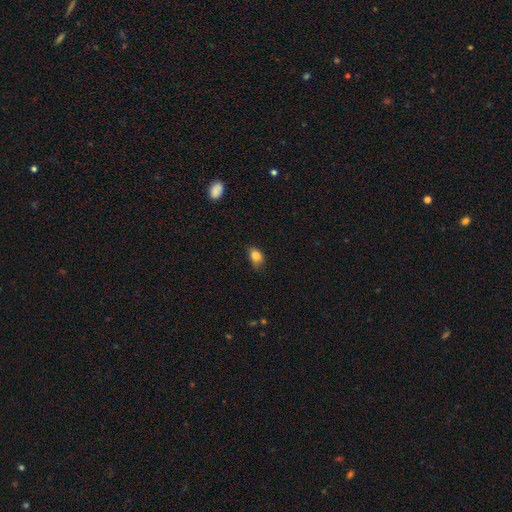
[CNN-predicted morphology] Q: Smooth or featured?
A: smooth (85%); runner-up: star or artifact (9%)
Q: How rounded?
A: in between (78%); runner-up: round (20%)
Q: Merging?
A: none (67%); runner-up: minor disturbance (27%)